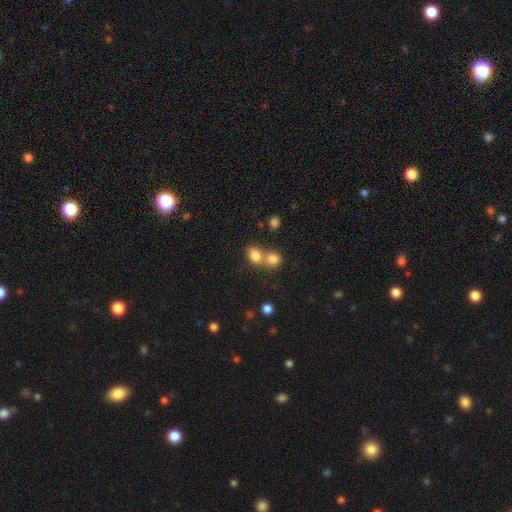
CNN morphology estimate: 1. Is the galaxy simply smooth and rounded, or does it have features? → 81% smooth, 10% star or artifact, 8% featured or disk.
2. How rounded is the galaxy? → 60% in between, 38% round, 2% cigar-shaped.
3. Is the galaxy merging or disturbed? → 55% merger, 35% none, 7% minor disturbance, 3% major disturbance.